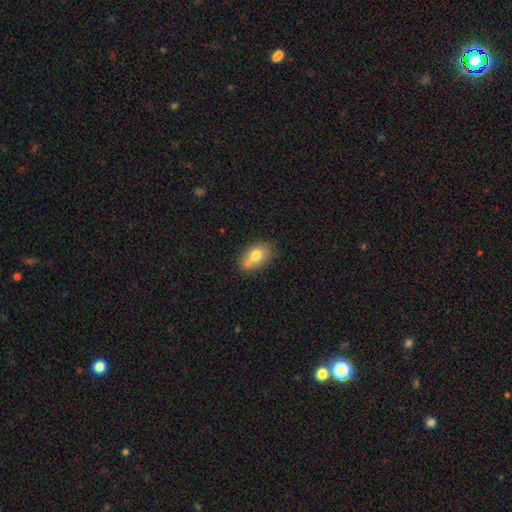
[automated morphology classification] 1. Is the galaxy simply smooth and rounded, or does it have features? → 73% smooth, 19% featured or disk, 8% star or artifact.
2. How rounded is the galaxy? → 84% in between, 14% round, 2% cigar-shaped.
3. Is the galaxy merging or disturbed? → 56% none, 21% merger, 19% minor disturbance, 4% major disturbance.